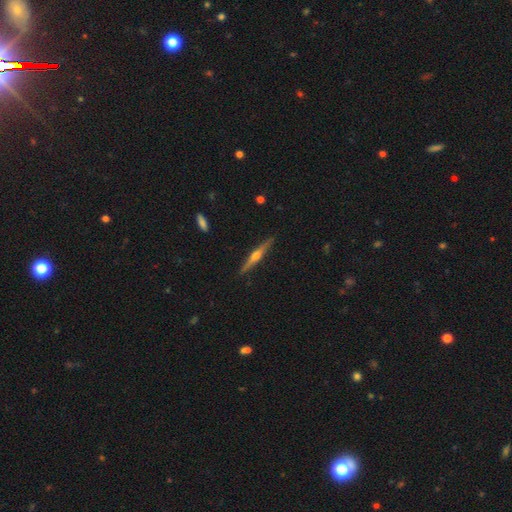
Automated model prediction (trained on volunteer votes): A featured or disk galaxy (73%) viewed edge-on (98%) with a rounded central bulge (92%).

Vote fractions:
- Smooth or featured? featured or disk: 73% / smooth: 21% / star or artifact: 5%
- Edge-on disk? yes: 98% / no: 2%
- Edge-on bulge? rounded: 92% / none: 5% / boxy: 4%
- Merging? none: 90% / minor disturbance: 7% / major disturbance: 1% / merger: 1%